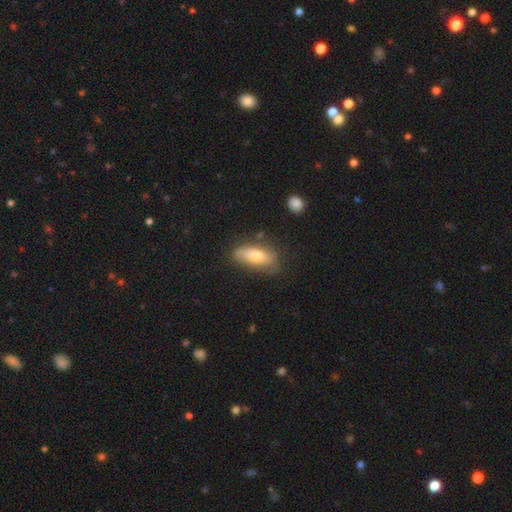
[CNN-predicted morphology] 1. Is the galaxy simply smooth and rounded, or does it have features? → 67% smooth, 26% featured or disk, 7% star or artifact.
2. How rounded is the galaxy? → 74% in between, 24% cigar-shaped, 3% round.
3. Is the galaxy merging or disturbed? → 65% none, 25% minor disturbance, 7% major disturbance, 3% merger.